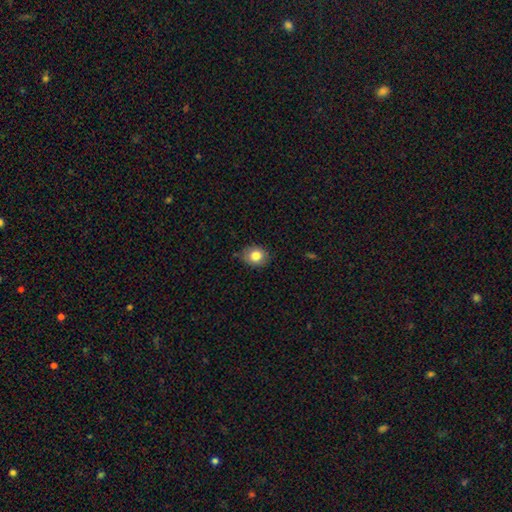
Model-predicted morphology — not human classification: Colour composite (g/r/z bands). It shows a smooth galaxy with no disk features (82%) that is round (60%). Merging: none (80%).